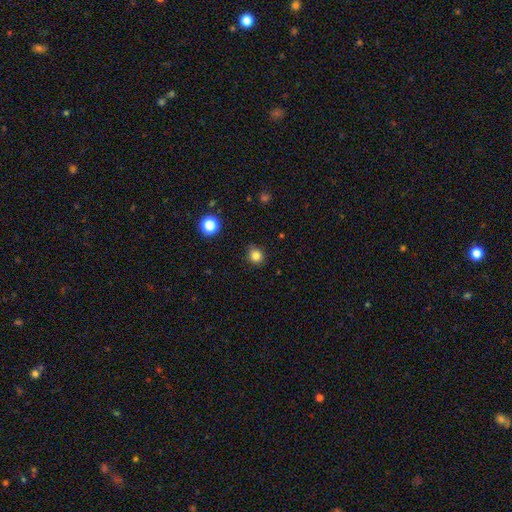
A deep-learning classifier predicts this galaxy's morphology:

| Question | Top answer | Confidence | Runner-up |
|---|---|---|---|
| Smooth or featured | smooth | 83% | star or artifact (13%) |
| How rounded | round | 84% | in between (15%) |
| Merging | none | 87% | minor disturbance (10%) |